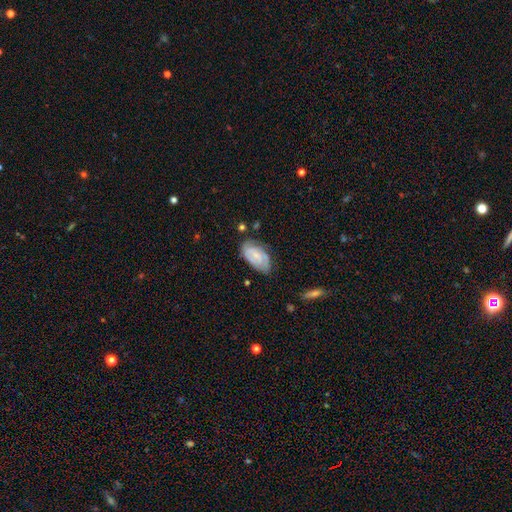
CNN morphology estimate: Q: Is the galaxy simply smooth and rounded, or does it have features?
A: featured or disk — 54%.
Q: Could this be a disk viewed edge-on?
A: no — 95%.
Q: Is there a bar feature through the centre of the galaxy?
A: no — 50%.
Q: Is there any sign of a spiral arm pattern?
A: yes — 82%.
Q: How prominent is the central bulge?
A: small — 57%.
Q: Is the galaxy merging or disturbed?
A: none — 65%.